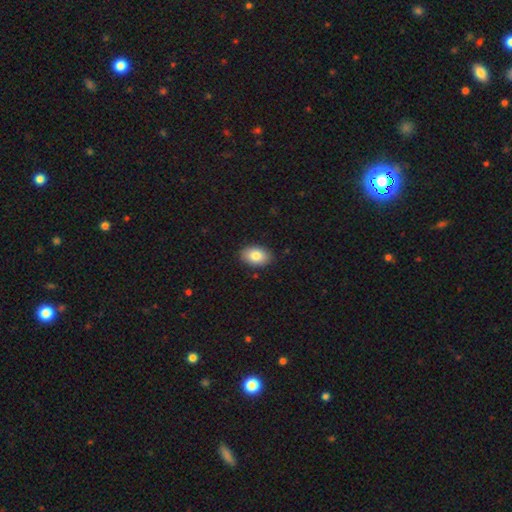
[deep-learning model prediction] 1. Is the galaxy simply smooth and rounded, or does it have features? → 83% smooth, 9% featured or disk, 7% star or artifact.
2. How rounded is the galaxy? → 88% in between, 11% round, 1% cigar-shaped.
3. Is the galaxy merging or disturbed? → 88% none, 9% minor disturbance, 2% major disturbance, 1% merger.